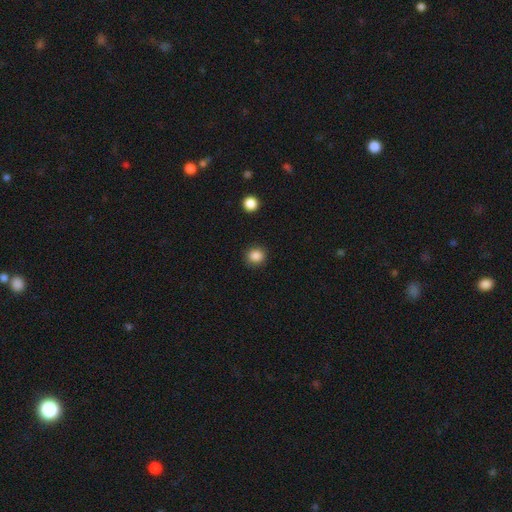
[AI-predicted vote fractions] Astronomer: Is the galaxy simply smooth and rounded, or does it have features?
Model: smooth — 86%.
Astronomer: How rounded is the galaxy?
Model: round — 83%.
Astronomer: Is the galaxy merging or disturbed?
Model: none — 89%.